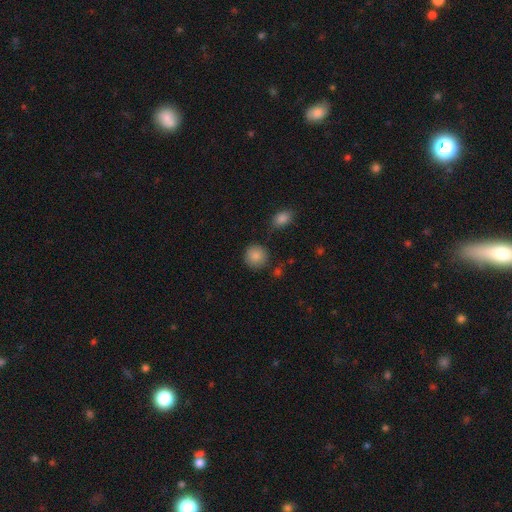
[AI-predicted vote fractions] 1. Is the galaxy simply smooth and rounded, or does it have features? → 87% smooth, 8% star or artifact, 5% featured or disk.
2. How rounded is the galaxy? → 91% round, 8% in between, 1% cigar-shaped.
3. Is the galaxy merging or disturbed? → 83% none, 10% minor disturbance, 4% merger, 3% major disturbance.